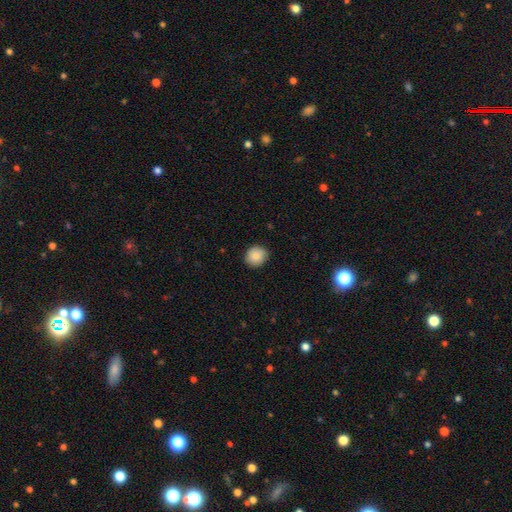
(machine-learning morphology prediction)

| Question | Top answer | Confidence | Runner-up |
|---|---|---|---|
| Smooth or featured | smooth | 88% | star or artifact (8%) |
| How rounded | round | 86% | in between (14%) |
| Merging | none | 88% | minor disturbance (9%) |